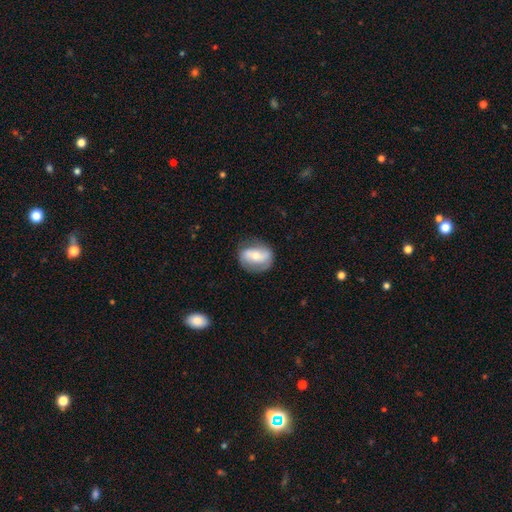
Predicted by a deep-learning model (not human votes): smooth-or-featured: featured or disk: 55% | smooth: 38% | star or artifact: 7%
  disk-edge-on: no: 94% | yes: 6%
    bar: no: 40% | strong: 31% | weak: 29%
    has-spiral-arms: yes: 68% | no: 32%
    bulge-size: moderate: 55% | small: 37% | large: 5% | none: 2% | dominant: 1%
  merging: none: 72% | minor disturbance: 19% | major disturbance: 7% | merger: 1%